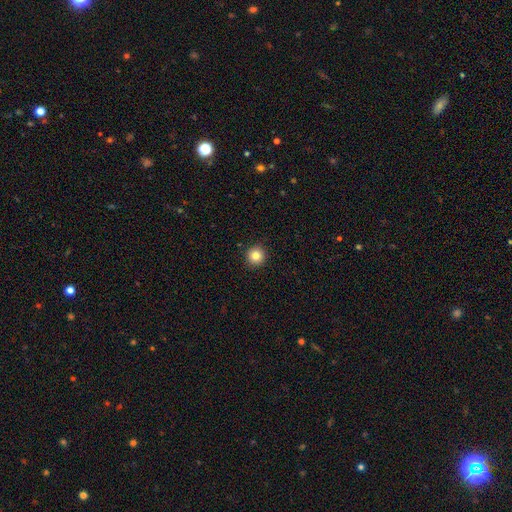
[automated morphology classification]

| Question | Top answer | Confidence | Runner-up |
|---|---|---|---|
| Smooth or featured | smooth | 83% | star or artifact (11%) |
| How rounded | round | 95% | in between (4%) |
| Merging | none | 93% | minor disturbance (5%) |